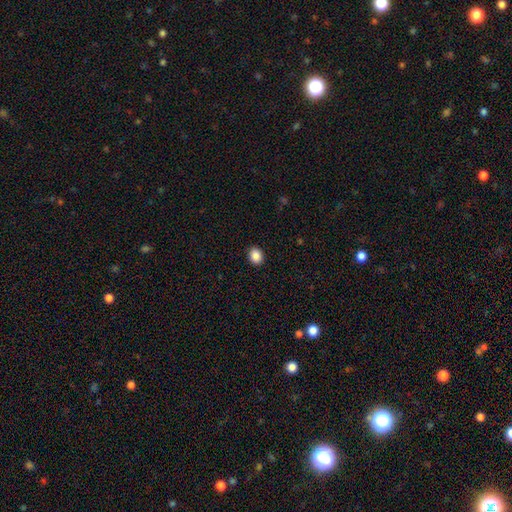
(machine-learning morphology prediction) smooth 89%, star or artifact 9%, featured or disk 3%. Down the decision tree: how rounded — in between (50%); merging — none (91%).